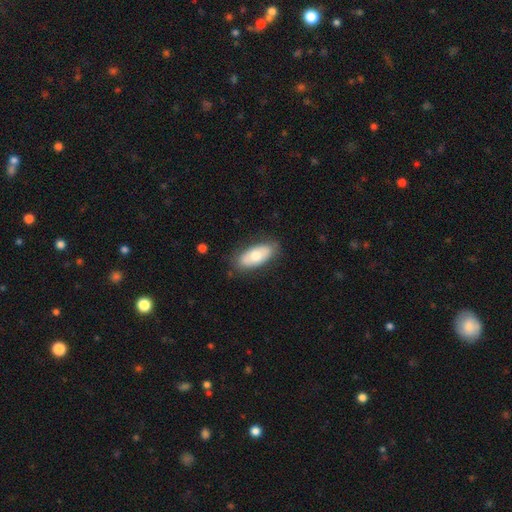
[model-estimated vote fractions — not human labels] Morphology: type=smooth (66%); roundness=in between (88%); merging=none (82%).